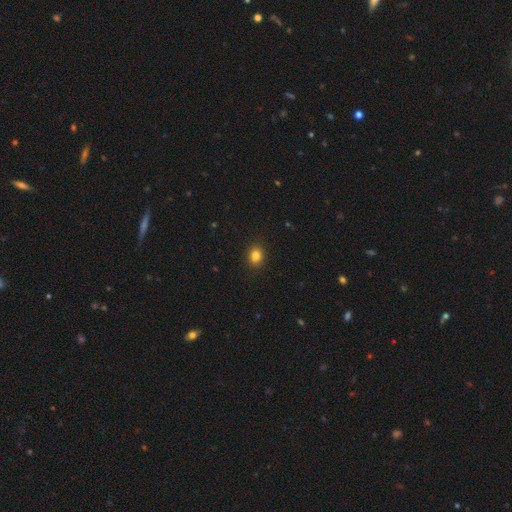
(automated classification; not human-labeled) Q: Smooth or featured?
A: smooth (83%); runner-up: star or artifact (12%)
Q: How rounded?
A: round (64%); runner-up: in between (35%)
Q: Merging?
A: none (91%); runner-up: minor disturbance (6%)